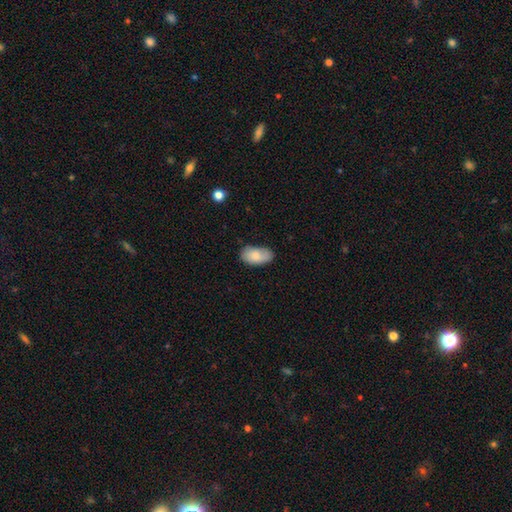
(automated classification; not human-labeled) Smooth or featured?
  - smooth: 81% *
  - featured or disk: 12%
  - star or artifact: 6%
How rounded?
  - in between: 94% *
  - round: 4%
  - cigar-shaped: 2%
Merging?
  - none: 66% *
  - minor disturbance: 27%
  - major disturbance: 5%
  - merger: 2%